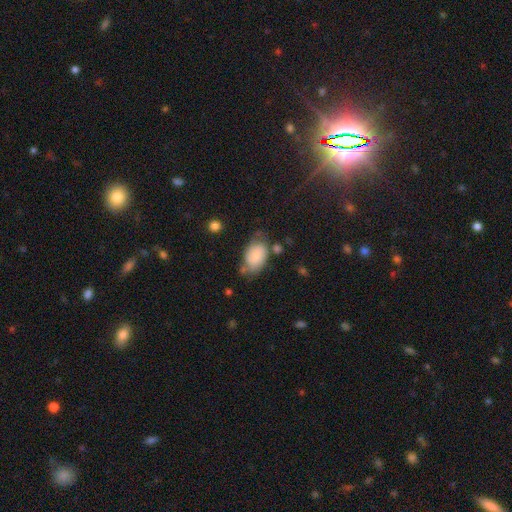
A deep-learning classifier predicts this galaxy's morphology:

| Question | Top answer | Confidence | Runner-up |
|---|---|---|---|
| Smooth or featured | smooth | 77% | featured or disk (15%) |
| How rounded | in between | 87% | round (11%) |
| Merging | none | 50% | minor disturbance (30%) |